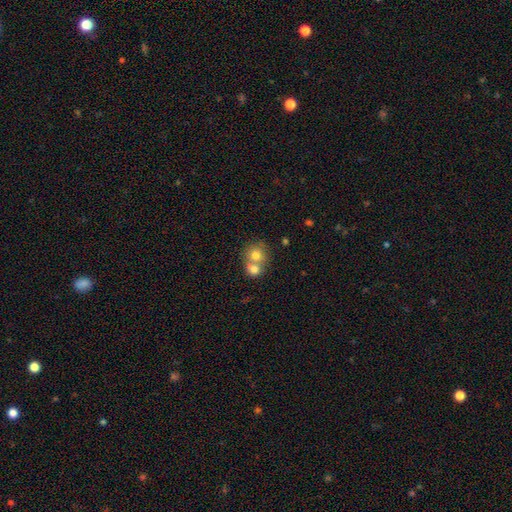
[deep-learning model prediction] smooth 74%, featured or disk 17%, star or artifact 9%. Down the decision tree: how rounded — round (80%); merging — merger (62%).